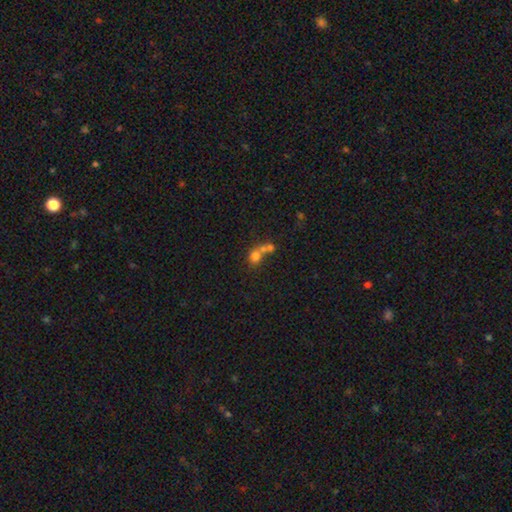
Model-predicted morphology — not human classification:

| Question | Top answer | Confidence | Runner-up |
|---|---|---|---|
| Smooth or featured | smooth | 71% | featured or disk (15%) |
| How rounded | round | 67% | in between (31%) |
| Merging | merger | 59% | none (28%) |